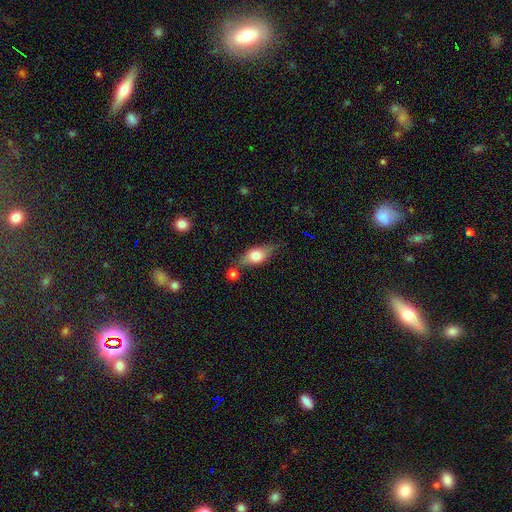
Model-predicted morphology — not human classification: Smooth or featured?
  - smooth: 63% *
  - featured or disk: 29%
  - star or artifact: 8%
How rounded?
  - in between: 78% *
  - cigar-shaped: 12%
  - round: 10%
Merging?
  - none: 60% *
  - minor disturbance: 21%
  - merger: 13%
  - major disturbance: 6%